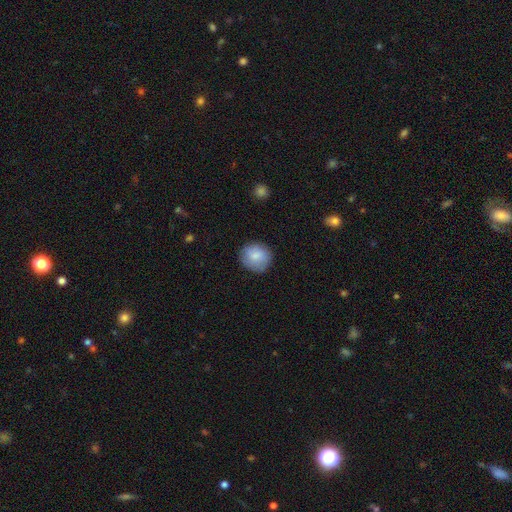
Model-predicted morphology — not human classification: Q: Smooth or featured?
A: smooth (83%); runner-up: featured or disk (10%)
Q: How rounded?
A: round (82%); runner-up: in between (17%)
Q: Merging?
A: none (80%); runner-up: minor disturbance (15%)